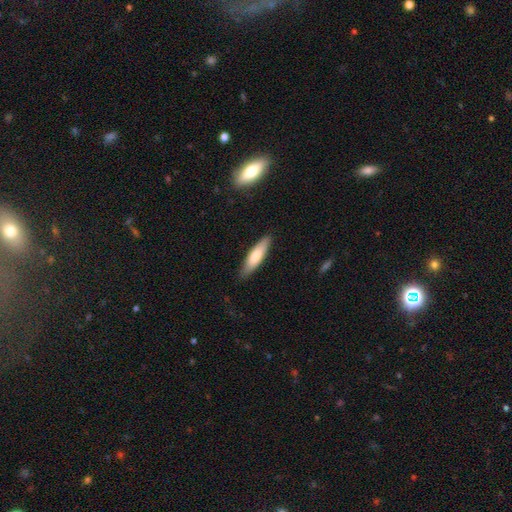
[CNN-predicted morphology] smooth 75%, featured or disk 20%, star or artifact 5%. Down the decision tree: how rounded — cigar-shaped (70%); merging — none (86%).